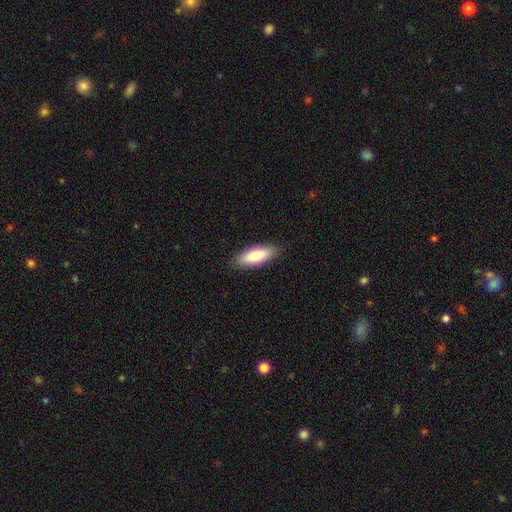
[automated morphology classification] This appears to be a smooth galaxy with no disk features (79%) that is in between round and cigar-shaped (65%). Merging: none (89%).